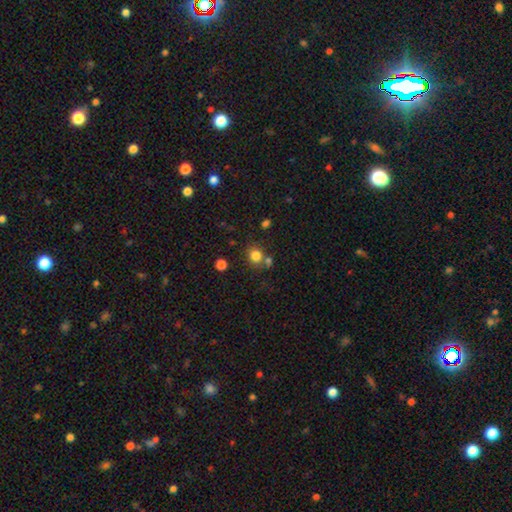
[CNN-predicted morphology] smooth-or-featured: smooth: 81% | star or artifact: 12% | featured or disk: 7%
  how-rounded: round: 80% | in between: 19% | cigar-shaped: 1%
  merging: none: 67% | merger: 18% | minor disturbance: 11% | major disturbance: 4%